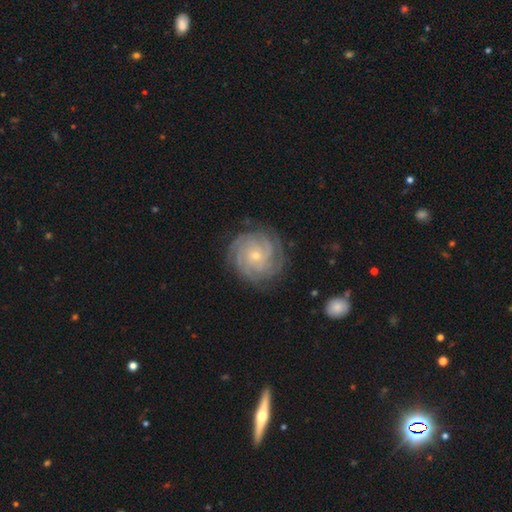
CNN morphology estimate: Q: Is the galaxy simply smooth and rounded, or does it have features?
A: featured or disk — 86%.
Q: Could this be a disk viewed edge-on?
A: no — 98%.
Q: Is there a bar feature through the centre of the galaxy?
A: no — 78%.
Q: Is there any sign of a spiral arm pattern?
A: yes — 98%.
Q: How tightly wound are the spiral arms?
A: tight — 83%.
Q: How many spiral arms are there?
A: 4 — 30%.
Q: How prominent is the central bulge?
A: small — 75%.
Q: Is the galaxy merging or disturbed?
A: none — 83%.